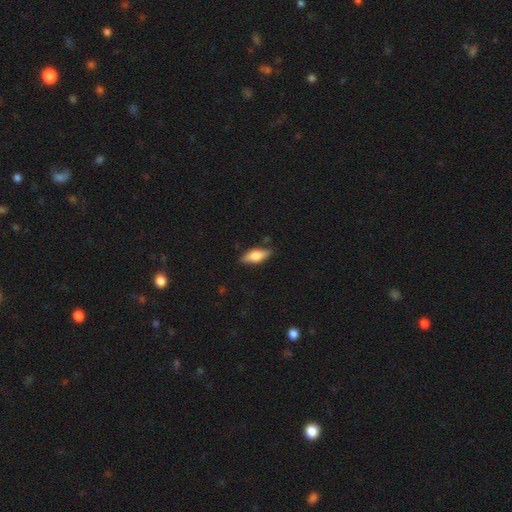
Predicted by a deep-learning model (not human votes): This appears to be a smooth galaxy with no disk features (62%) that is in between round and cigar-shaped (70%). Merging: none (83%).